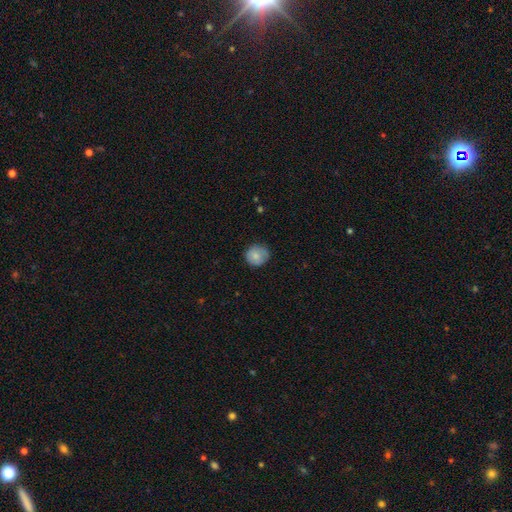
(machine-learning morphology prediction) A smooth galaxy with no disk features (80%) that is round (90%). Merging: none (79%).